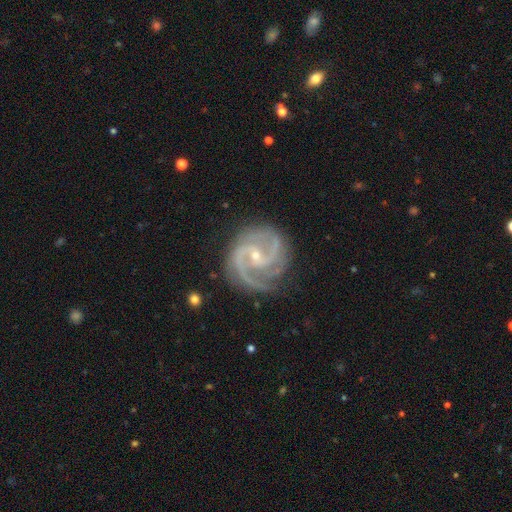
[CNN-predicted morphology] type=featured or disk (92%); edge-on=no (98%); bar=no (43%); spiral arms=yes (99%); winding=medium (52%); arm count=2 (66%); bulge=small (74%); merging=none (77%).